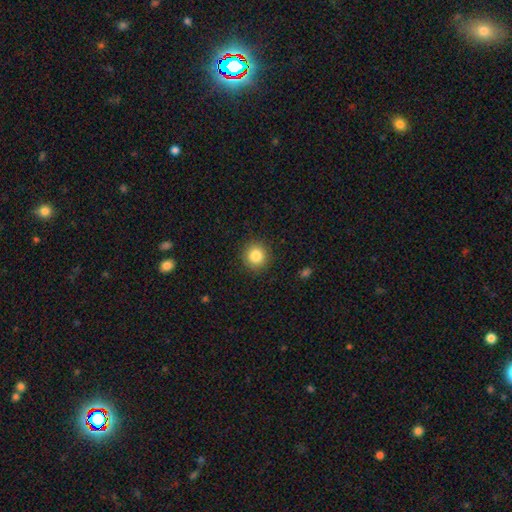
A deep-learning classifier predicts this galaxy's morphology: This is clearly a smooth galaxy (84%). How rounded: clearly round (92%). Merging: clearly none (90%).